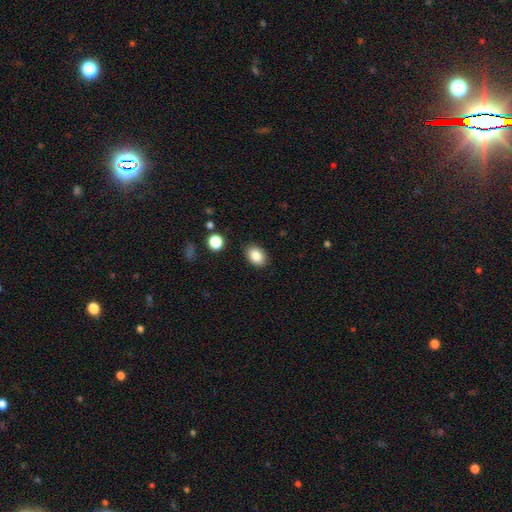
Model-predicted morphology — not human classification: Smooth or featured: smooth — 85% (star or artifact — 9%)
How rounded: in between — 75% (round — 24%)
Merging: none — 88% (minor disturbance — 8%)